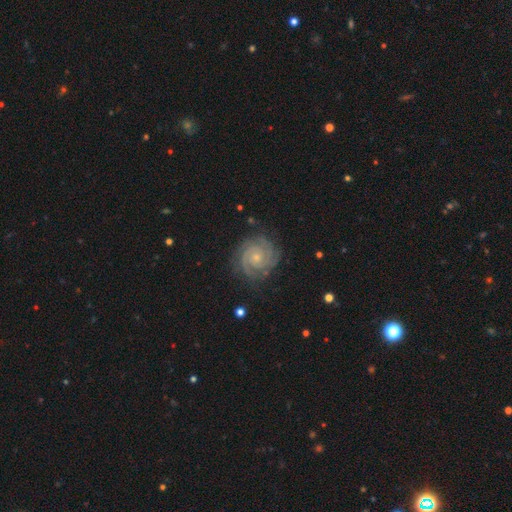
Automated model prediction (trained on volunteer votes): Smooth or featured: featured or disk — 88% (star or artifact — 6%)
Edge-on disk: no — 98% (yes — 2%)
Bar: no — 74% (weak — 21%)
Spiral arms: yes — 98% (no — 2%)
Spiral winding: tight — 81% (medium — 17%)
Spiral arm count: 2 — 48% (3 — 23%)
Bulge size: small — 73% (moderate — 22%)
Merging: none — 82% (minor disturbance — 13%)